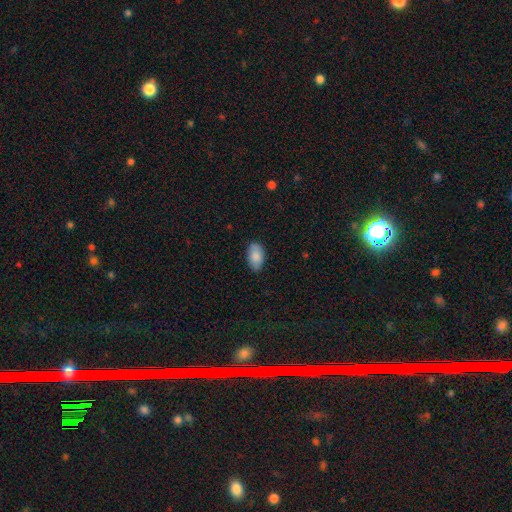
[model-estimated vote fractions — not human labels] Smooth or featured? Predicted: smooth (p=0.85). How rounded? Predicted: in between (p=0.93). Merging? Predicted: none (p=0.81).